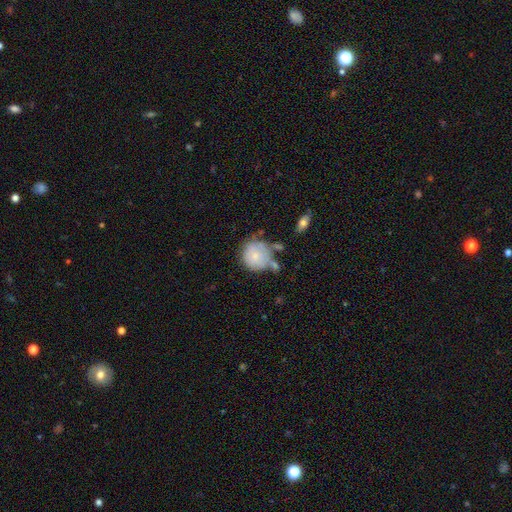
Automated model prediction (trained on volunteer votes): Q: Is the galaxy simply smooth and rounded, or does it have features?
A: smooth — 69%.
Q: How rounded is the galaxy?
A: round — 87%.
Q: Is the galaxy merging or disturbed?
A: none — 46%.